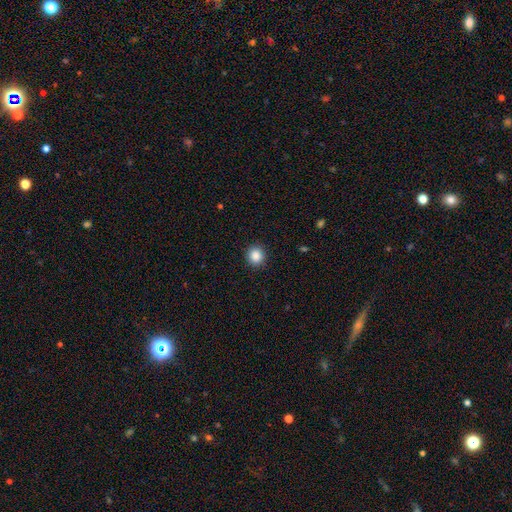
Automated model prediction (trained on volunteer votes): Smooth or featured? Predicted: smooth (p=0.87). How rounded? Predicted: round (p=0.91). Merging? Predicted: none (p=0.92).